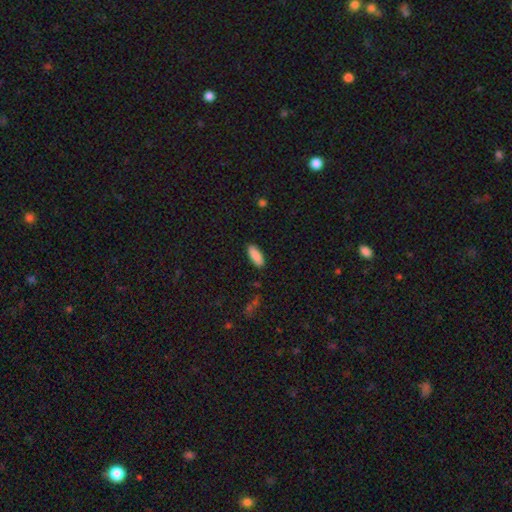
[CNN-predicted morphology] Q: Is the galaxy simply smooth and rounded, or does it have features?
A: smooth — 89%.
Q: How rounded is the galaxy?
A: in between — 75%.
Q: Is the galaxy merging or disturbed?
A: none — 88%.